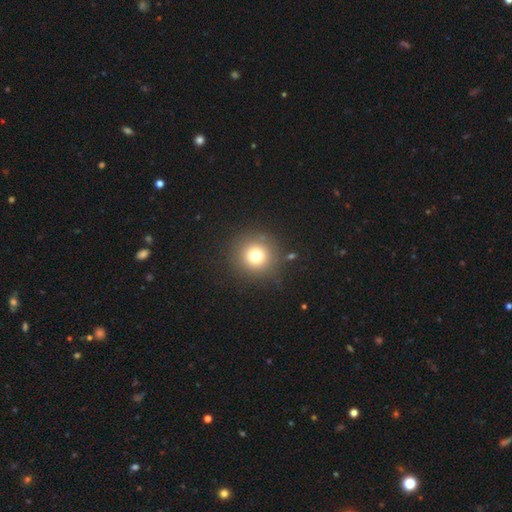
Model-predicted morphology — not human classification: smooth_or_featured: smooth (p=0.75) [alt: star or artifact p=0.15]
how_rounded: round (p=0.95) [alt: in between p=0.04]
merging: none (p=0.87) [alt: minor disturbance p=0.07]